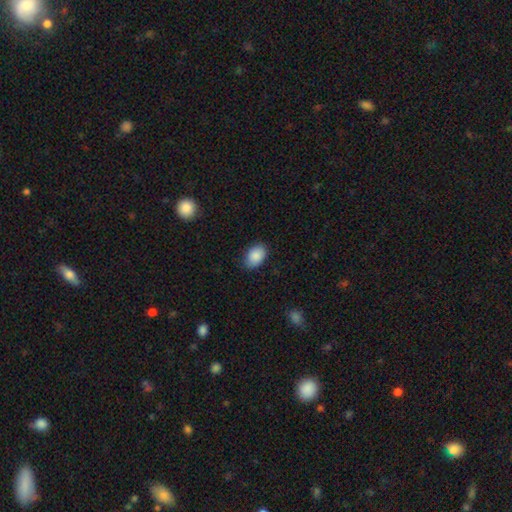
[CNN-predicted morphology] Smooth or featured: smooth — 89% (star or artifact — 7%)
How rounded: in between — 87% (round — 12%)
Merging: none — 84% (minor disturbance — 13%)